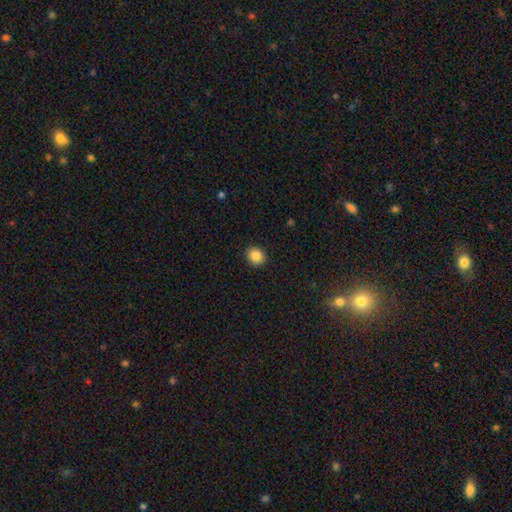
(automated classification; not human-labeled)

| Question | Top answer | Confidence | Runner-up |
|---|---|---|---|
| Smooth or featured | smooth | 86% | star or artifact (10%) |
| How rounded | round | 82% | in between (17%) |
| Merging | none | 92% | minor disturbance (6%) |